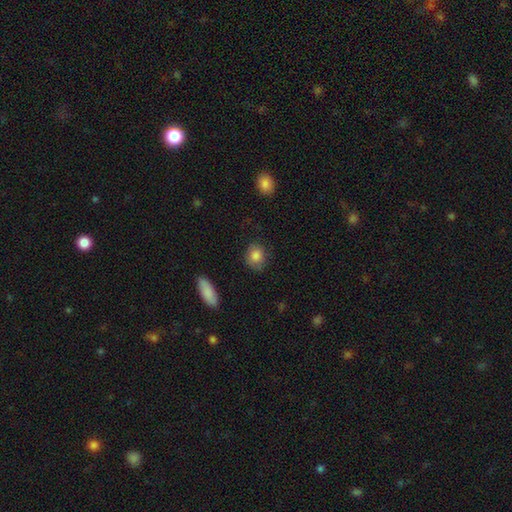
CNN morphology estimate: smooth 85%, star or artifact 8%, featured or disk 7%. Down the decision tree: how rounded — round (60%); merging — none (78%).